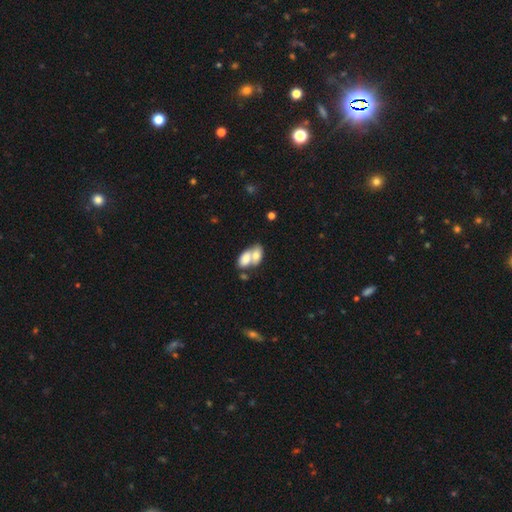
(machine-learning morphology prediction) Smooth or featured? smooth (73%)
How rounded? in between (88%)
Merging? merger (74%)